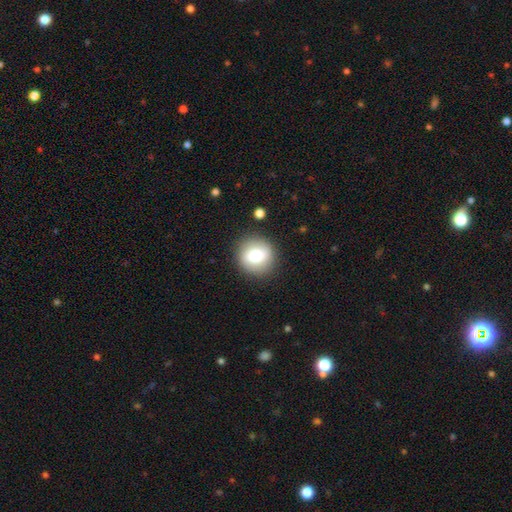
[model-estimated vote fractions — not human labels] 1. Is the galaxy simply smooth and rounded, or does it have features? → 77% smooth, 15% featured or disk, 8% star or artifact.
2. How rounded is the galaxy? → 88% round, 11% in between, 1% cigar-shaped.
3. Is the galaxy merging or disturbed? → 87% none, 9% minor disturbance, 3% major disturbance, 2% merger.